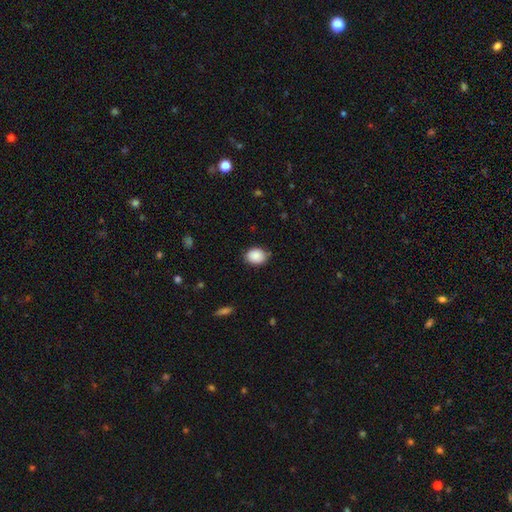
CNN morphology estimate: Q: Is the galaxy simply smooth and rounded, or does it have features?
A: smooth — 89%.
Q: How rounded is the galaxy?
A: in between — 55%.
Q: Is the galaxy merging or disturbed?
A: none — 80%.